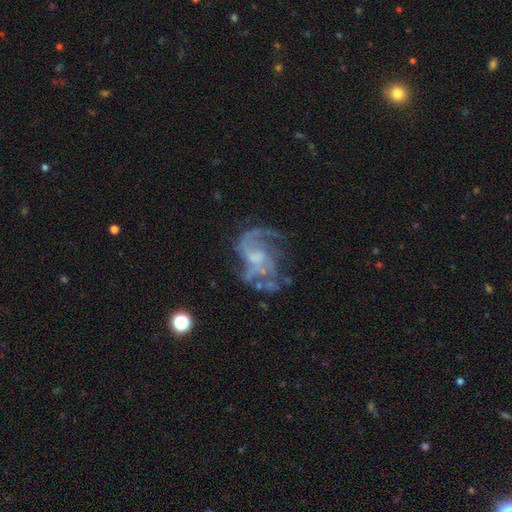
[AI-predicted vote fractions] Smooth or featured? featured or disk (81%)
Edge-on disk? no (98%)
Bar? no (52%)
Spiral arms? yes (86%)
Spiral winding? medium (43%)
Spiral arm count? 2 (38%)
Bulge size? none (34%)
Merging? none (42%)